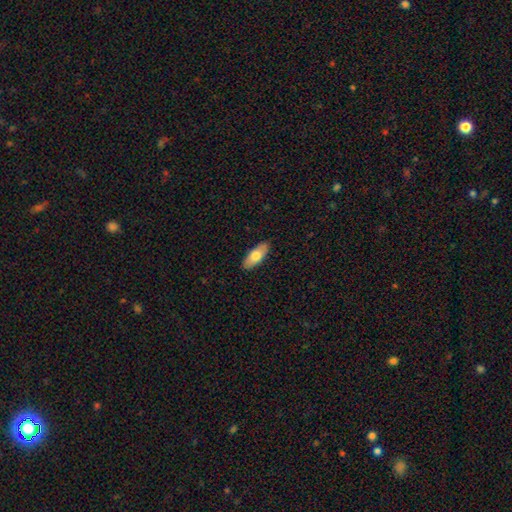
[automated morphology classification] This is likely a smooth galaxy (73%). How rounded: clearly in between (80%). Merging: clearly none (90%).